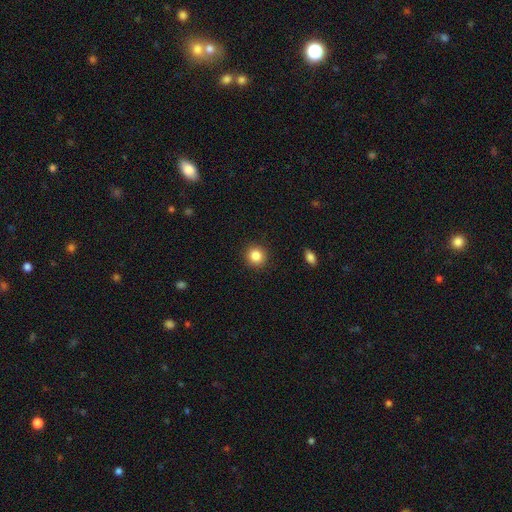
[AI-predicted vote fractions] Smooth or featured: smooth — 85% (star or artifact — 10%)
How rounded: round — 92% (in between — 7%)
Merging: none — 91% (minor disturbance — 6%)